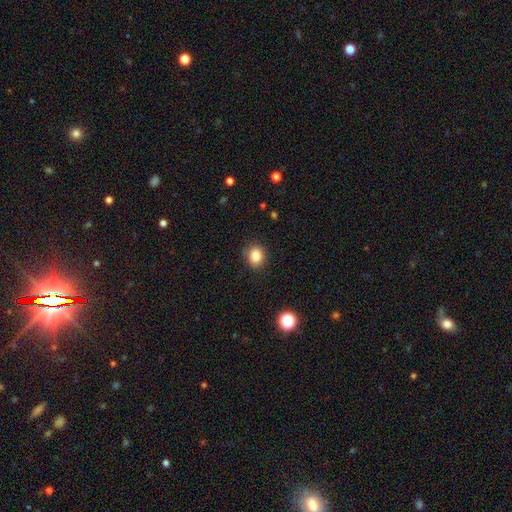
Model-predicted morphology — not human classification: This is clearly a smooth galaxy (84%). How rounded: likely round (68%). Merging: clearly none (87%).